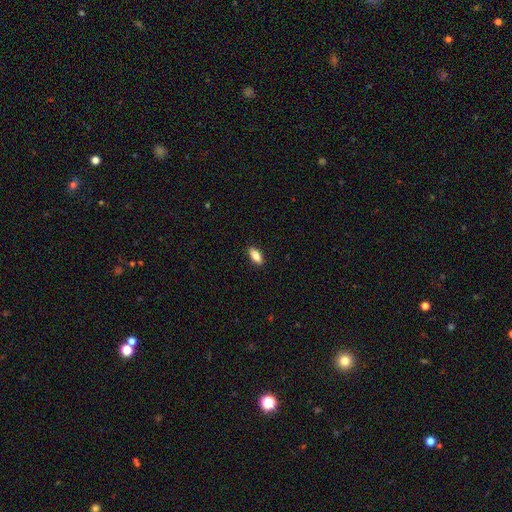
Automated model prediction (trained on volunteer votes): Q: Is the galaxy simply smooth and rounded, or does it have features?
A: smooth — 83%.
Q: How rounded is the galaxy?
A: in between — 79%.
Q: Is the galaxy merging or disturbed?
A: none — 89%.